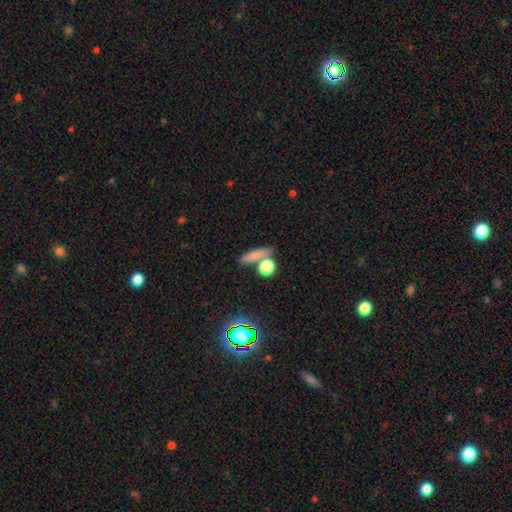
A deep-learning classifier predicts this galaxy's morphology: type=smooth (75%); roundness=cigar-shaped (51%); merging=none (67%).